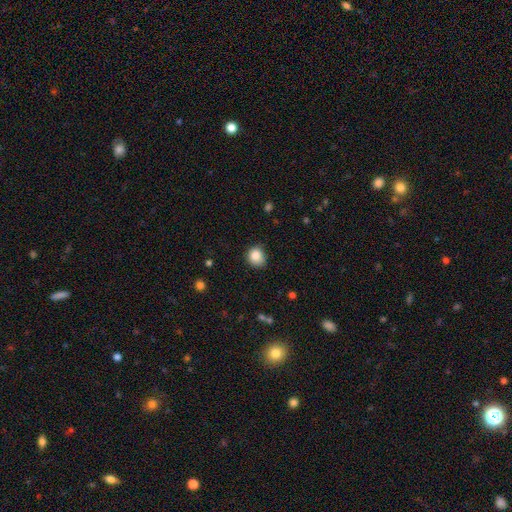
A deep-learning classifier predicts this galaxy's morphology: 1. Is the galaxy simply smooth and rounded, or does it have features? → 86% smooth, 10% star or artifact, 4% featured or disk.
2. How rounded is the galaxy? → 81% round, 18% in between, 1% cigar-shaped.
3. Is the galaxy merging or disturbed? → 74% none, 20% minor disturbance, 4% major disturbance, 2% merger.